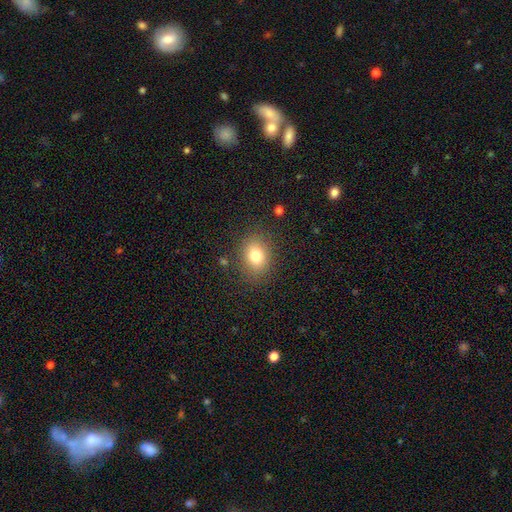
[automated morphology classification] smooth-or-featured: smooth: 78% | star or artifact: 12% | featured or disk: 10%
  how-rounded: in between: 52% | round: 47% | cigar-shaped: 1%
  merging: none: 84% | minor disturbance: 10% | major disturbance: 4% | merger: 2%